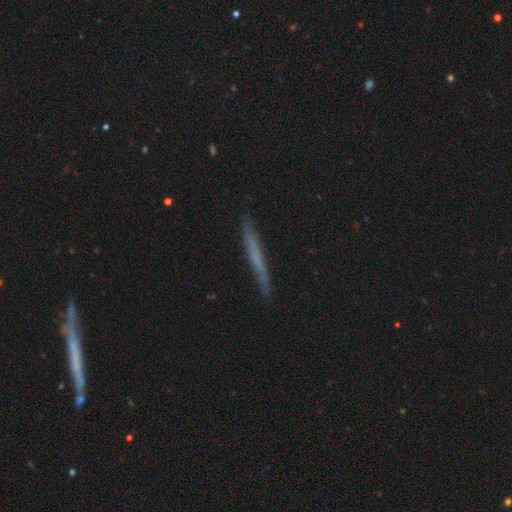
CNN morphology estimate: A smooth galaxy with no disk features (49%). Merging: none (86%).